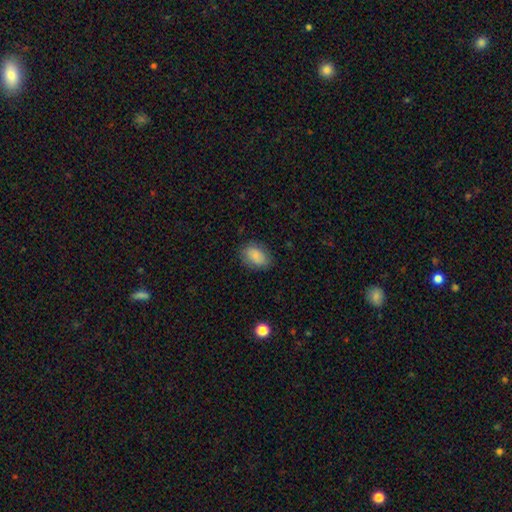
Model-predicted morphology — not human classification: This is clearly a smooth galaxy (83%). How rounded: clearly in between (85%). Merging: clearly none (81%).